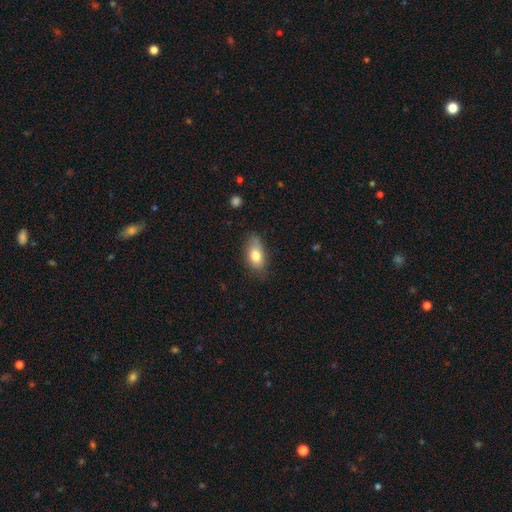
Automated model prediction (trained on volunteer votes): smooth-or-featured: smooth: 78% | featured or disk: 14% | star or artifact: 8%
  how-rounded: in between: 87% | round: 6% | cigar-shaped: 6%
  merging: none: 70% | minor disturbance: 23% | major disturbance: 5% | merger: 2%